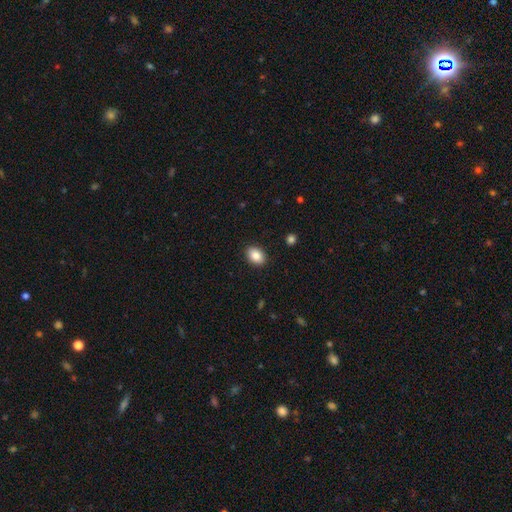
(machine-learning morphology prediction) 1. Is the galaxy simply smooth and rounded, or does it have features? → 87% smooth, 8% star or artifact, 6% featured or disk.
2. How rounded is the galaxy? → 83% in between, 16% round, 1% cigar-shaped.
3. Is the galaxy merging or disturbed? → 90% none, 7% minor disturbance, 2% major disturbance, 1% merger.